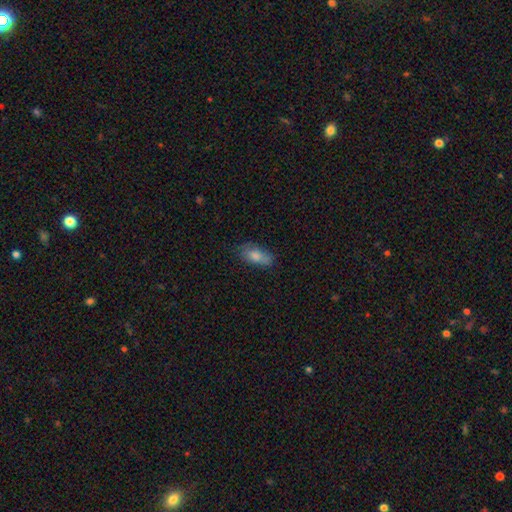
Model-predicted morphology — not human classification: Q: Smooth or featured?
A: smooth (75%); runner-up: featured or disk (16%)
Q: How rounded?
A: in between (82%); runner-up: cigar-shaped (14%)
Q: Merging?
A: none (69%); runner-up: minor disturbance (24%)